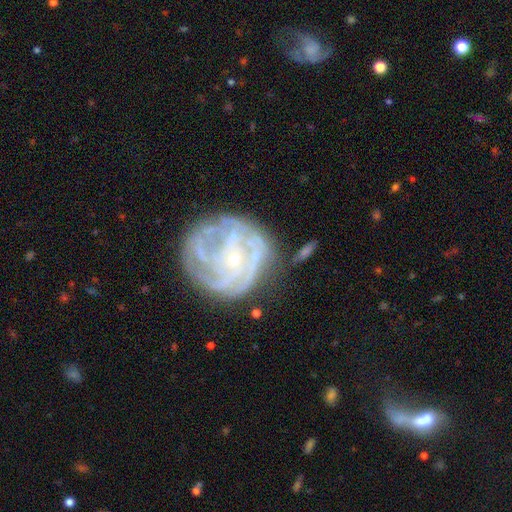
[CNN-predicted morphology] Smooth or featured: featured or disk — 80% (smooth — 11%)
Edge-on disk: no — 97% (yes — 3%)
Bar: no — 75% (weak — 19%)
Spiral arms: yes — 84% (no — 16%)
Spiral winding: tight — 59% (medium — 29%)
Spiral arm count: can't tell — 31% (4 — 21%)
Bulge size: small — 75% (moderate — 18%)
Merging: none — 55% (minor disturbance — 21%)